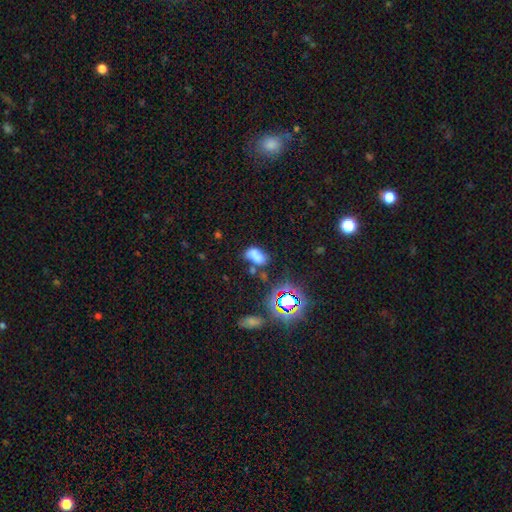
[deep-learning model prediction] smooth 67%, star or artifact 19%, featured or disk 14%. Down the decision tree: how rounded — in between (86%); merging — none (43%).